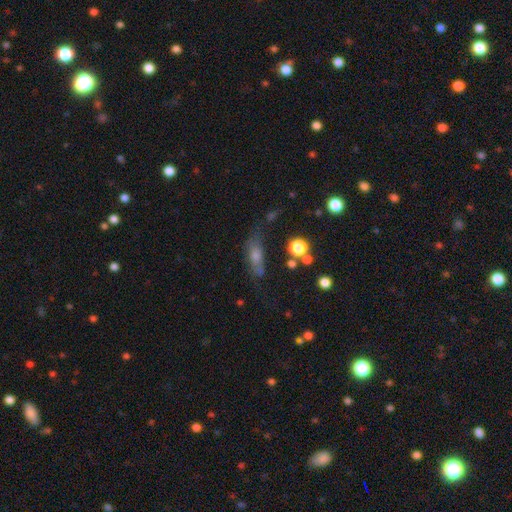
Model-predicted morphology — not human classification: type=smooth (52%); roundness=in between (55%); merging=none (53%).